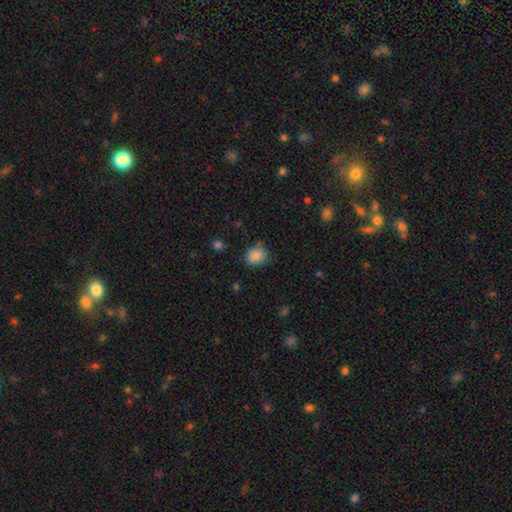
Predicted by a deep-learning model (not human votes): A smooth galaxy with no disk features (86%) that is round (71%). Merging: none (79%).